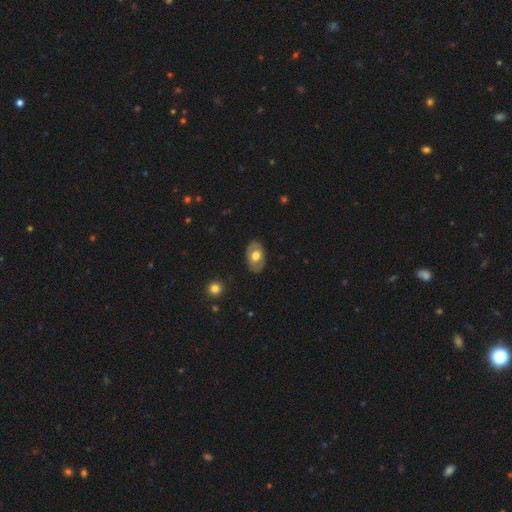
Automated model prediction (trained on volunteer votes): This appears to be a smooth galaxy with no disk features (57%) that is in between round and cigar-shaped (87%). Merging: none (85%).